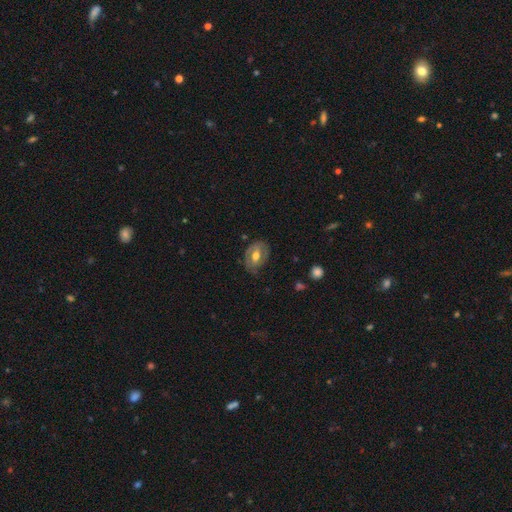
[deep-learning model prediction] Smooth or featured? featured or disk (56%)
Edge-on disk? no (93%)
Bar? weak (41%)
Spiral arms? no (53%)
Bulge size? moderate (73%)
Merging? none (71%)